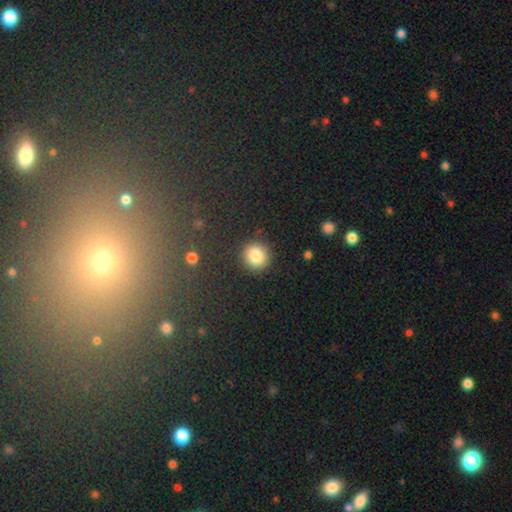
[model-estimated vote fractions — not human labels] smooth 84%, star or artifact 10%, featured or disk 6%. Down the decision tree: how rounded — round (91%); merging — none (90%).